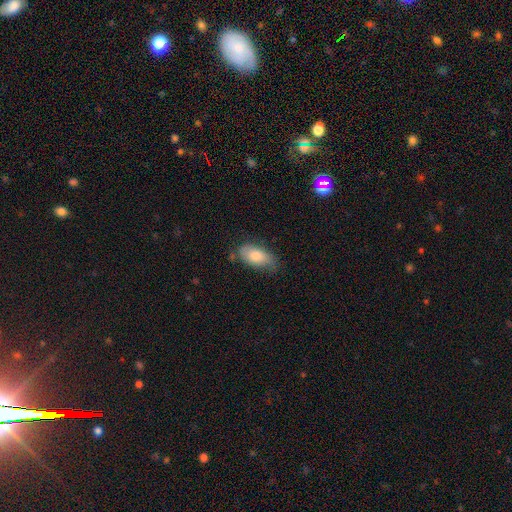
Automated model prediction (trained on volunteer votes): Smooth or featured?
  - smooth: 75% *
  - featured or disk: 18%
  - star or artifact: 8%
How rounded?
  - in between: 91% *
  - cigar-shaped: 6%
  - round: 4%
Merging?
  - none: 66% *
  - minor disturbance: 26%
  - major disturbance: 5%
  - merger: 2%